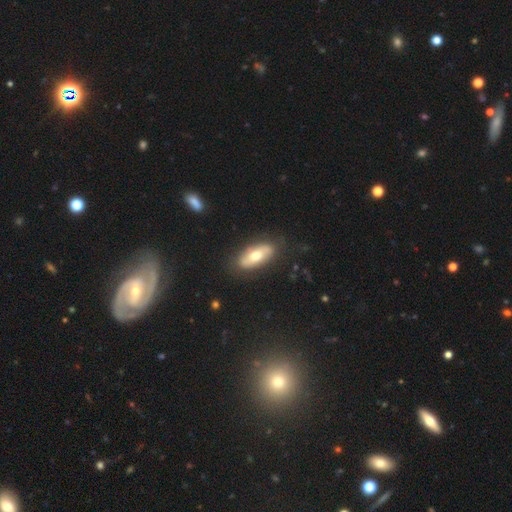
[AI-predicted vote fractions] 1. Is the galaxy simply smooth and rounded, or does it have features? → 54% smooth, 41% featured or disk, 6% star or artifact.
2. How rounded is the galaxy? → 80% in between, 18% cigar-shaped, 3% round.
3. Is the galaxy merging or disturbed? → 80% none, 14% minor disturbance, 5% major disturbance, 2% merger.